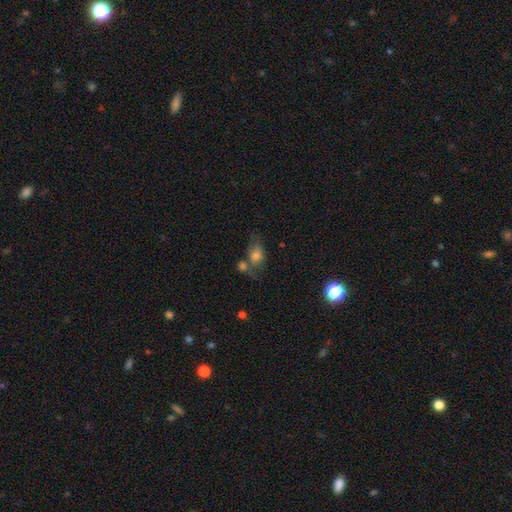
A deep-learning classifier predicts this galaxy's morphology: Smooth or featured? smooth (70%)
How rounded? in between (70%)
Merging? none (38%)